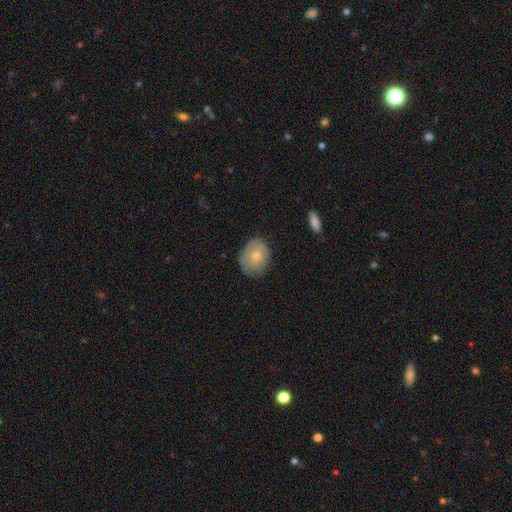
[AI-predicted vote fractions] smooth-or-featured: smooth: 72% | featured or disk: 21% | star or artifact: 7%
  how-rounded: in between: 50% | round: 49% | cigar-shaped: 1%
  merging: none: 73% | minor disturbance: 21% | major disturbance: 5% | merger: 1%